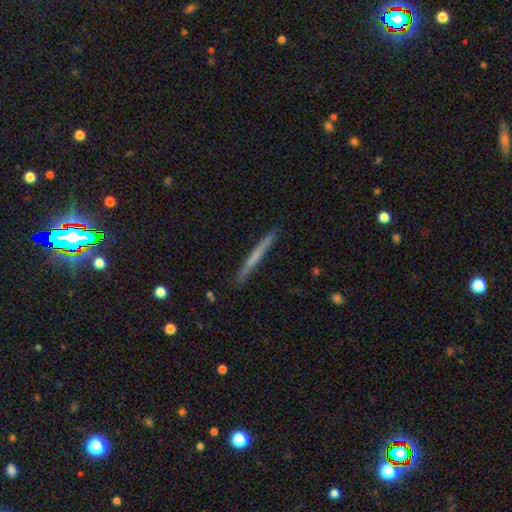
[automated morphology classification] smooth-or-featured: smooth: 53% | featured or disk: 41% | star or artifact: 6%
  how-rounded: cigar-shaped: 97% | in between: 2% | round: 1%
  merging: none: 90% | minor disturbance: 7% | major disturbance: 1% | merger: 1%